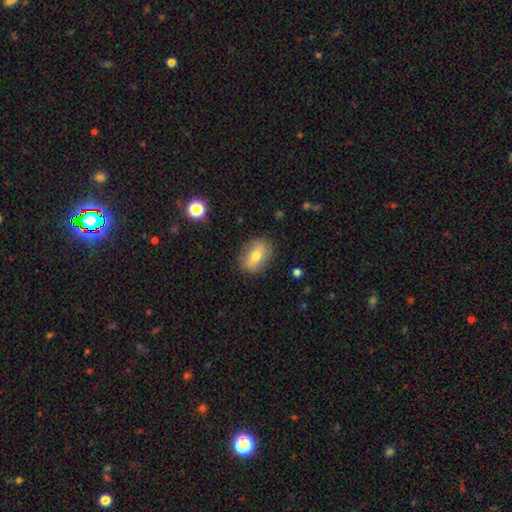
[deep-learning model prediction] Smooth or featured? smooth (62%)
How rounded? in between (77%)
Merging? none (84%)